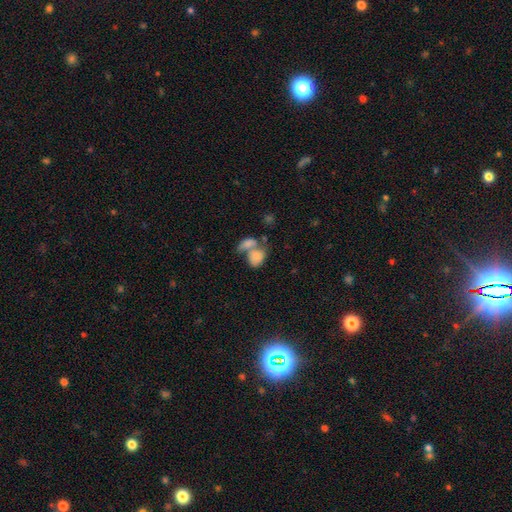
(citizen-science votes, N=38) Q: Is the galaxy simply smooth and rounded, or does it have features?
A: smooth — 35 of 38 (92%).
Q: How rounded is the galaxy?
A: in between — 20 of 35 (57%).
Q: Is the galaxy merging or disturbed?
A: merger — 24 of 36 (67%).